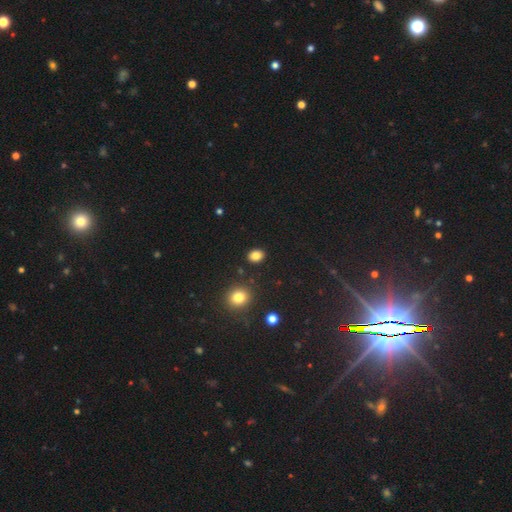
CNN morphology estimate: Smooth or featured: smooth — 83% (star or artifact — 11%)
How rounded: in between — 56% (round — 43%)
Merging: none — 88% (minor disturbance — 7%)